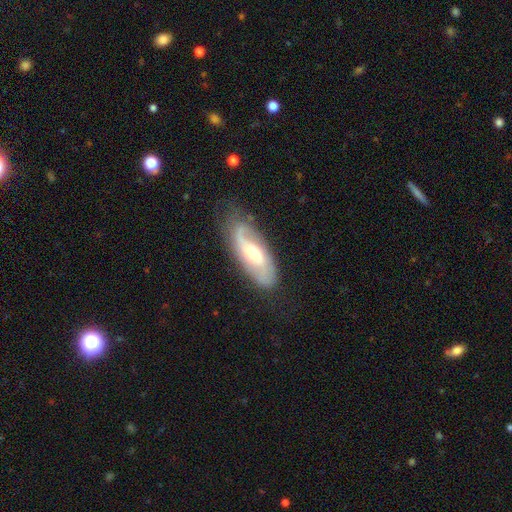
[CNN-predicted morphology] smooth-or-featured: featured or disk: 74% | smooth: 20% | star or artifact: 6%
  disk-edge-on: no: 89% | yes: 11%
    bar: no: 47% | weak: 40% | strong: 13%
    has-spiral-arms: yes: 89% | no: 11%
      spiral-winding: medium: 39% | loose: 37% | tight: 24%
      spiral-arm-count: 2: 75% | can't tell: 15% | 1: 6% | 3: 2% | 4: 1% | more than 4: 1%
    bulge-size: moderate: 61% | small: 31% | large: 5% | none: 1% | dominant: 1%
  merging: none: 72% | minor disturbance: 20% | major disturbance: 7% | merger: 2%